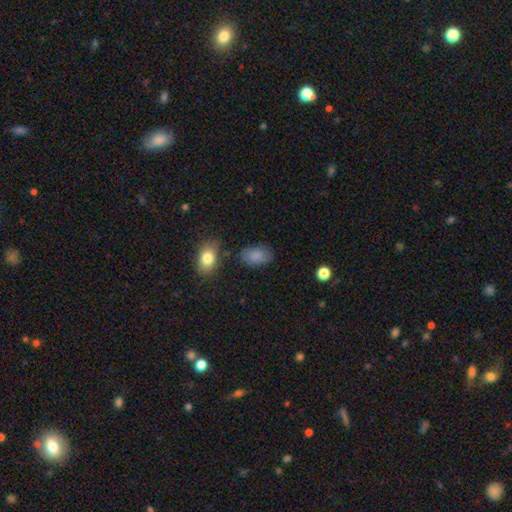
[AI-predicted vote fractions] The model was most divided on "merging": none: 76%, minor disturbance: 17%, major disturbance: 4%, merger: 3%. More confident: how rounded — in between (92%); smooth or featured — smooth (83%).